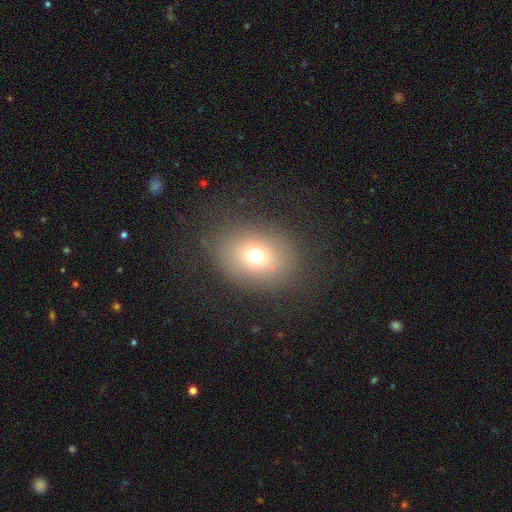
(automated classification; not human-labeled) This is likely a smooth galaxy (70%). How rounded: possibly round (51%). Merging: likely none (80%).